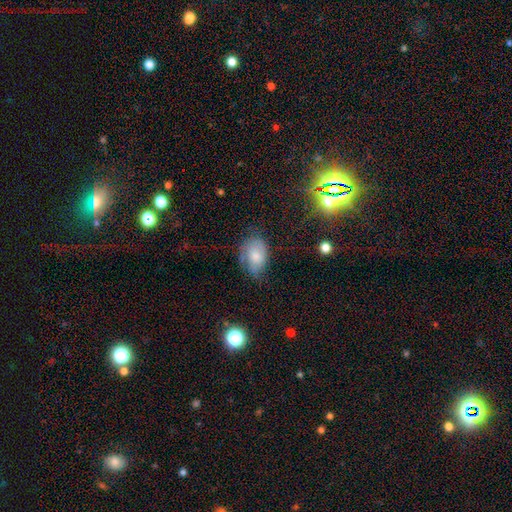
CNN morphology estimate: Overall: smooth (65%; featured or disk 26%). How rounded: in between (84%). Merging: none (50%; minor disturbance 35%).